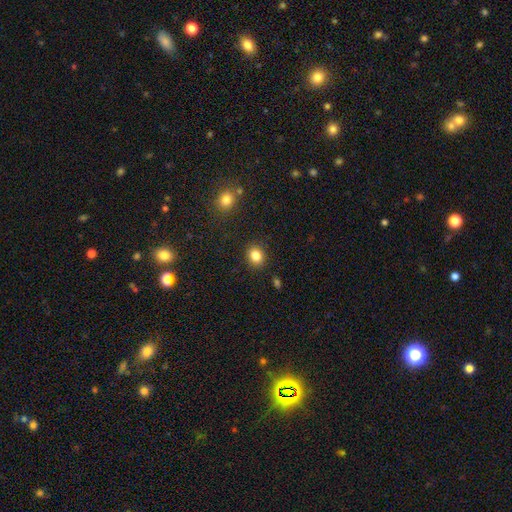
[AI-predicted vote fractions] smooth-or-featured: smooth: 84% | star or artifact: 11% | featured or disk: 5%
  how-rounded: round: 65% | in between: 34% | cigar-shaped: 1%
  merging: none: 88% | minor disturbance: 8% | major disturbance: 2% | merger: 2%